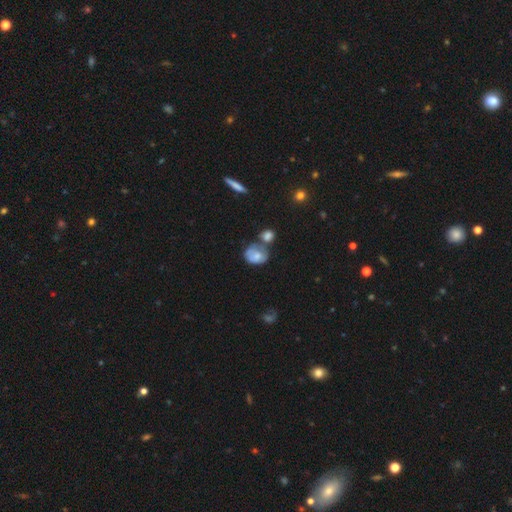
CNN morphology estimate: smooth 63%, featured or disk 28%, star or artifact 9%. Down the decision tree: how rounded — in between (50%); merging — merger (39%).